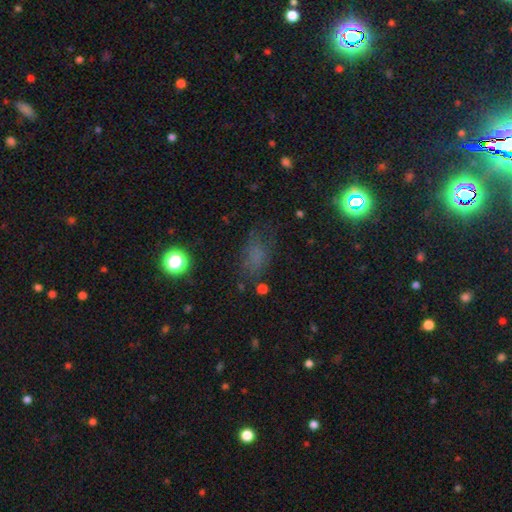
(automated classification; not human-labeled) smooth-or-featured: smooth: 60% | star or artifact: 26% | featured or disk: 13%
  how-rounded: in between: 78% | round: 17% | cigar-shaped: 5%
  merging: none: 62% | minor disturbance: 22% | major disturbance: 14% | merger: 3%